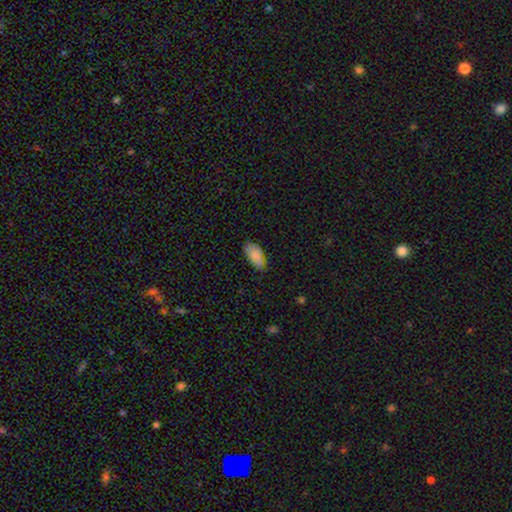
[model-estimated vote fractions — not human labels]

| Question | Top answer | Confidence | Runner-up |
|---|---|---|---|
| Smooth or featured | smooth | 85% | featured or disk (8%) |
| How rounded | in between | 93% | cigar-shaped (5%) |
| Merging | none | 72% | minor disturbance (23%) |